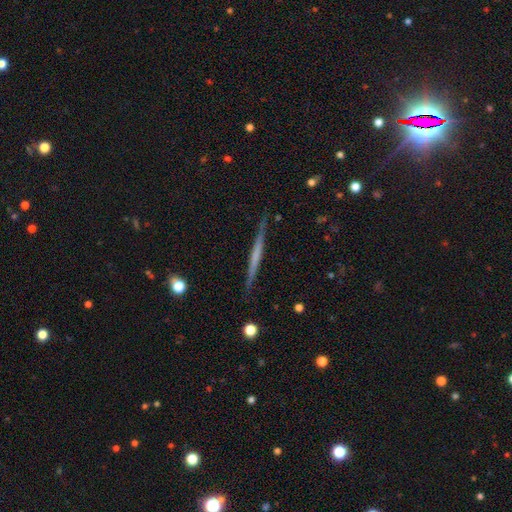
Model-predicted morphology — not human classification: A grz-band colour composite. It shows a featured or disk galaxy (58%) viewed edge-on (98%) with no central bulge (83%). Merging: none (89%).